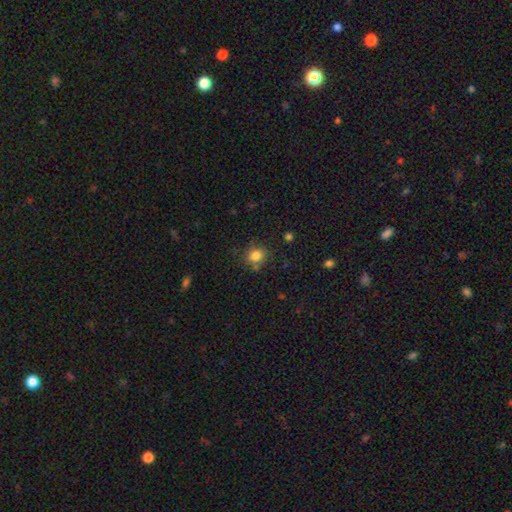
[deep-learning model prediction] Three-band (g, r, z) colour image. It shows a smooth galaxy with no disk features (82%) that is round (74%). Merging: none (74%).